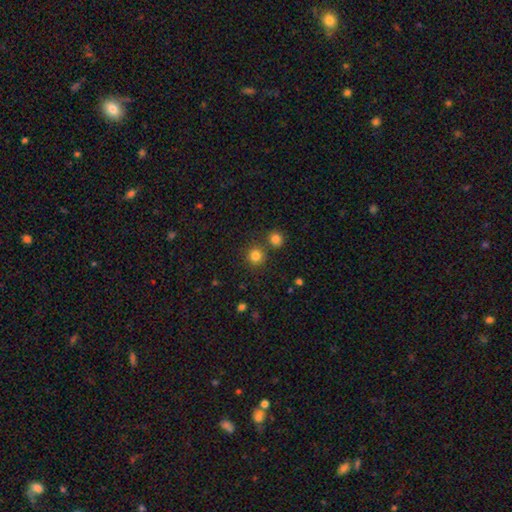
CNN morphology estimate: Smooth or featured? smooth (82%)
How rounded? round (92%)
Merging? none (77%)